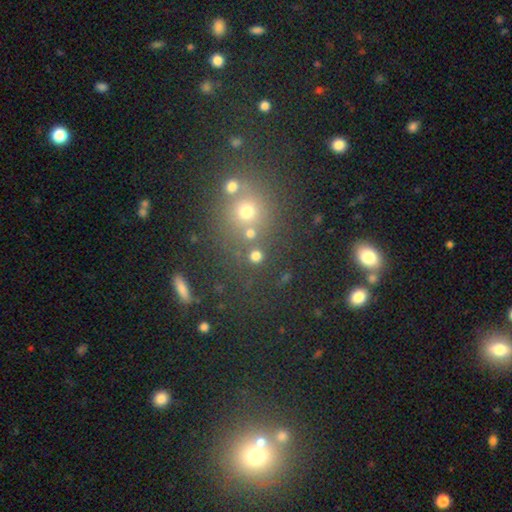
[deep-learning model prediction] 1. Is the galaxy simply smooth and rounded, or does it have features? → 70% smooth, 22% star or artifact, 8% featured or disk.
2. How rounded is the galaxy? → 90% round, 9% in between, 1% cigar-shaped.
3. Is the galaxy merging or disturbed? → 73% none, 15% merger, 8% minor disturbance, 4% major disturbance.